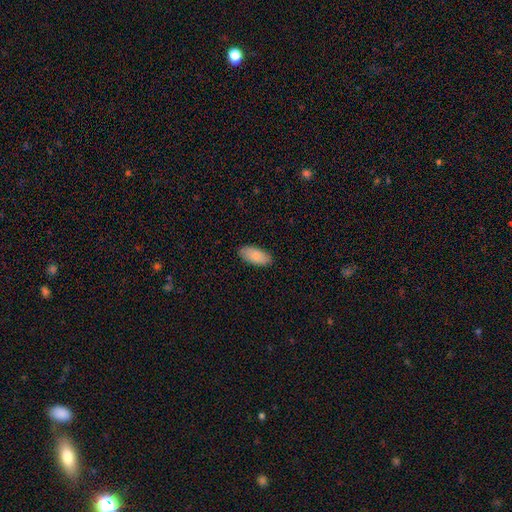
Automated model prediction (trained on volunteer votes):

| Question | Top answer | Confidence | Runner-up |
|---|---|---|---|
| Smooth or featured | smooth | 85% | featured or disk (9%) |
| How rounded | in between | 91% | cigar-shaped (8%) |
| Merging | none | 87% | minor disturbance (10%) |